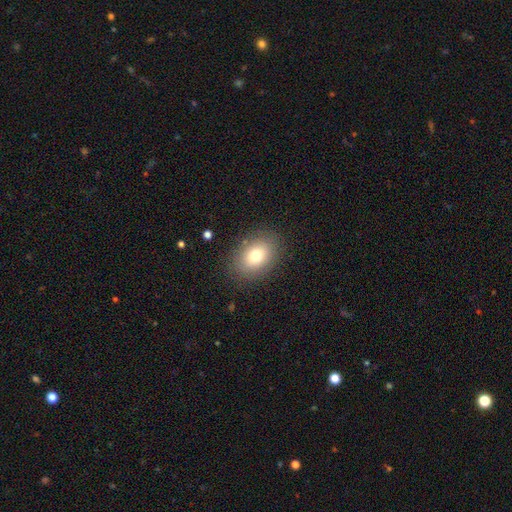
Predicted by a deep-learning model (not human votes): Smooth or featured?
  - smooth: 77% *
  - featured or disk: 12%
  - star or artifact: 11%
How rounded?
  - in between: 73% *
  - round: 26%
  - cigar-shaped: 1%
Merging?
  - none: 85% *
  - minor disturbance: 10%
  - major disturbance: 4%
  - merger: 1%